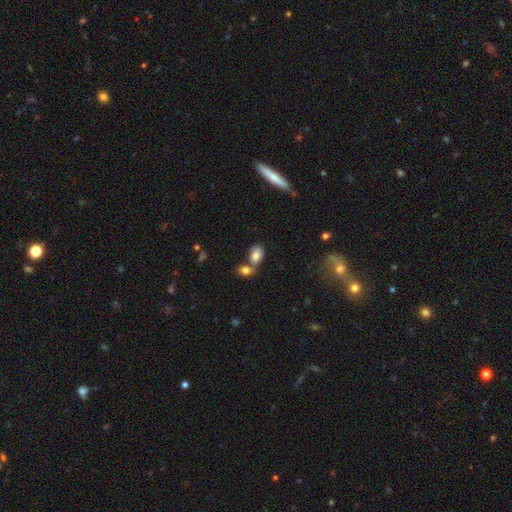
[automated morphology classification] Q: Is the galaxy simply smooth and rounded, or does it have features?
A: smooth — 81%.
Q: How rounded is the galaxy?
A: in between — 81%.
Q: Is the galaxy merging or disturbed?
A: merger — 50%.